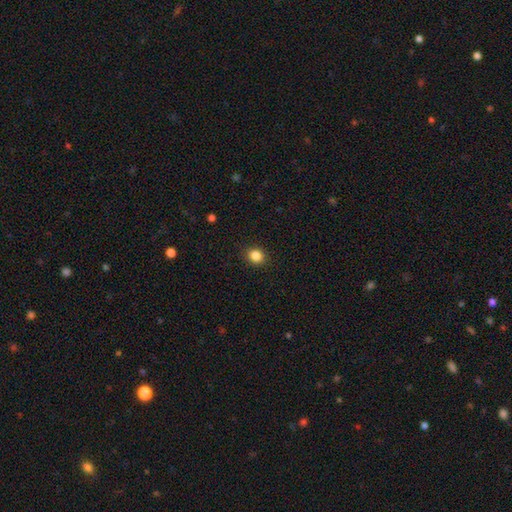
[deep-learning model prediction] This appears to be a smooth galaxy with no disk features (86%) that is round (72%). Merging: none (91%).